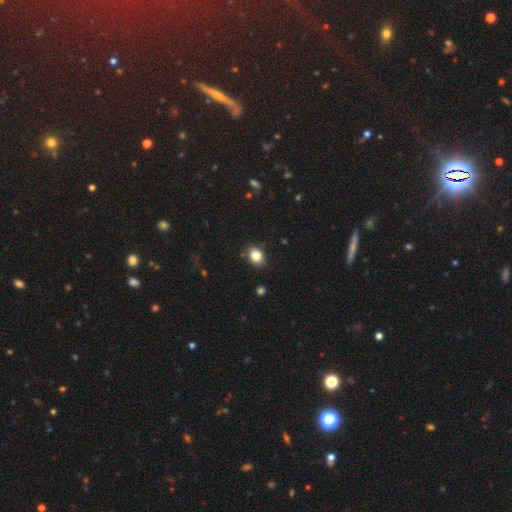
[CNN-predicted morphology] A smooth galaxy with no disk features (84%) that is in between round and cigar-shaped (53%). Merging: none (86%).